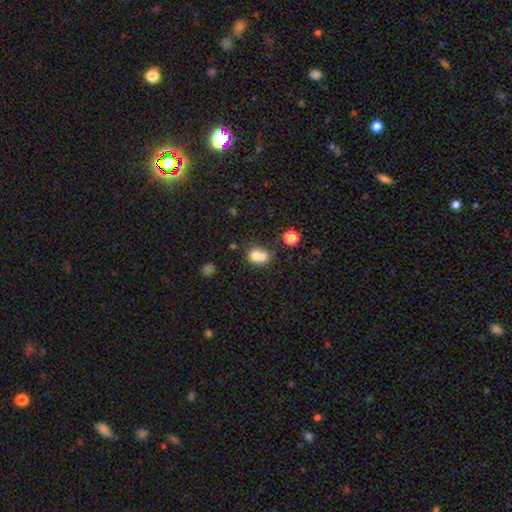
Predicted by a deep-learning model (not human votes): This is likely a smooth galaxy (72%). How rounded: likely round (62%). Merging: possibly merger (58%).